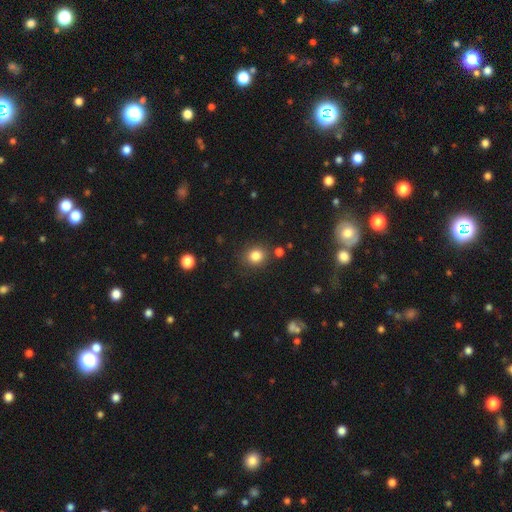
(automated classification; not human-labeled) smooth-or-featured: smooth: 83% | star or artifact: 12% | featured or disk: 6%
  how-rounded: round: 74% | in between: 25% | cigar-shaped: 1%
  merging: none: 82% | minor disturbance: 10% | merger: 4% | major disturbance: 3%